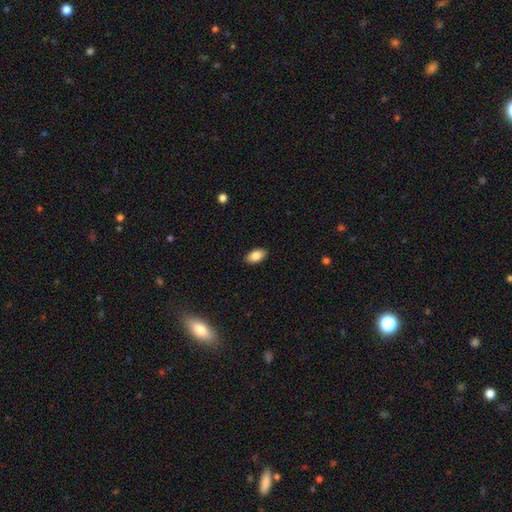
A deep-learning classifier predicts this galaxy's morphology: smooth 86%, star or artifact 8%, featured or disk 6%. Down the decision tree: how rounded — in between (93%); merging — none (89%).